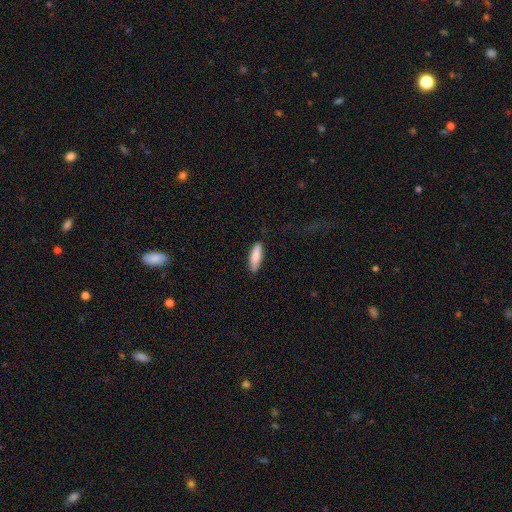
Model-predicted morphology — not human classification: This appears to be a smooth galaxy with no disk features (87%) that is cigar-shaped (52%). Merging: none (85%).